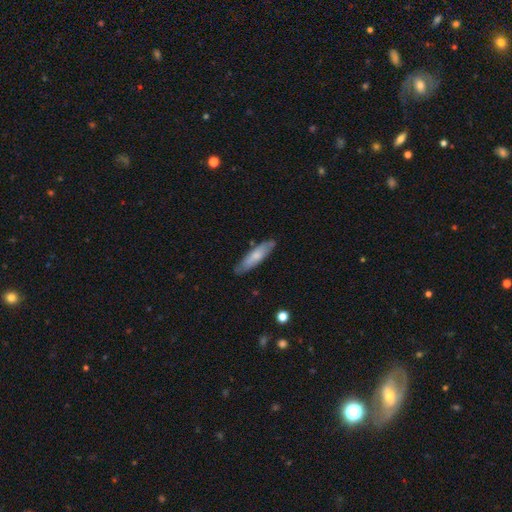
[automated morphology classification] Overall: smooth (63%; featured or disk 31%). How rounded: cigar-shaped (71%). Merging: none (81%).